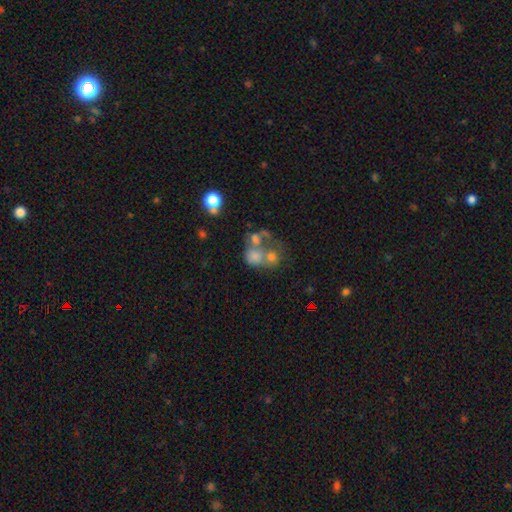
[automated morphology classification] A smooth galaxy with no disk features (58%) that is round (62%). Merging: merger (58%).